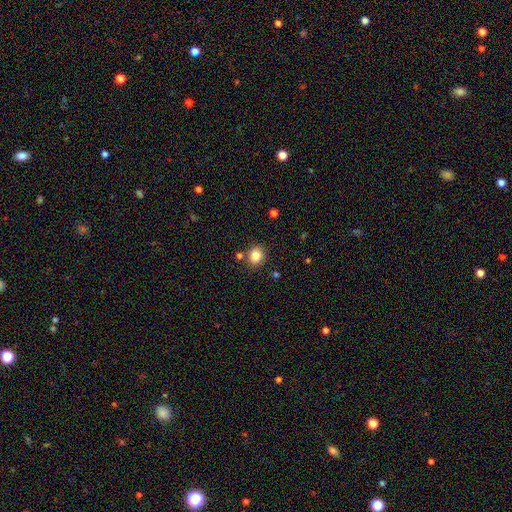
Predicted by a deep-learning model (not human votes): smooth_or_featured: smooth (p=0.83) [alt: star or artifact p=0.11]
how_rounded: round (p=0.79) [alt: in between p=0.20]
merging: none (p=0.82) [alt: minor disturbance p=0.09]